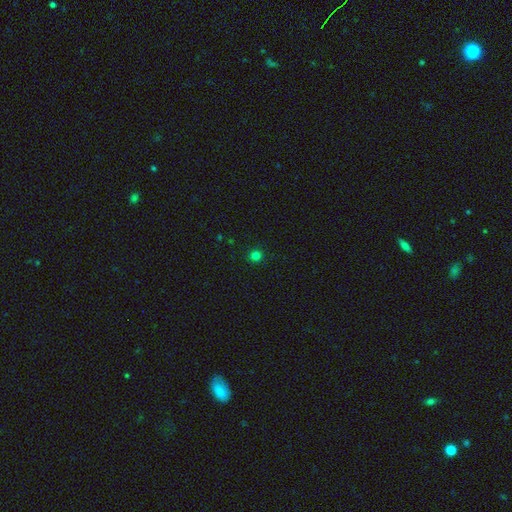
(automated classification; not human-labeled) This is likely a smooth galaxy (80%). How rounded: clearly round (94%). Merging: clearly none (93%).